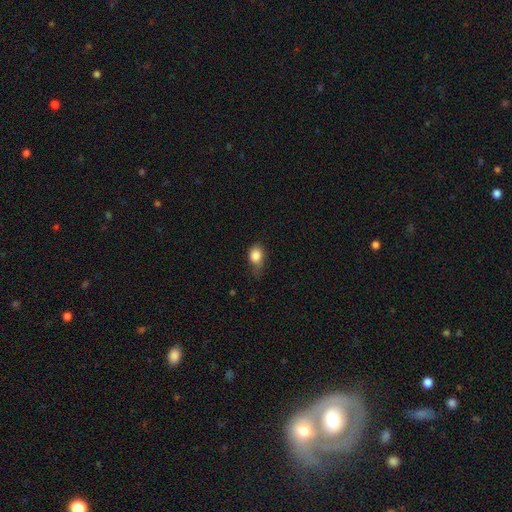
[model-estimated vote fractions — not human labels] Smooth or featured?
  - smooth: 84% *
  - star or artifact: 9%
  - featured or disk: 7%
How rounded?
  - in between: 64% *
  - round: 34%
  - cigar-shaped: 2%
Merging?
  - minor disturbance: 41% * (tied)
  - none: 41% * (tied)
  - major disturbance: 16%
  - merger: 2%